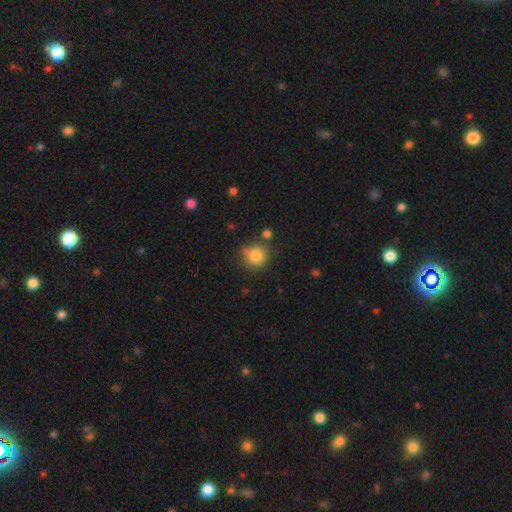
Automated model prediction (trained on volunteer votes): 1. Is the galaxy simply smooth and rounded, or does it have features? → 83% smooth, 10% star or artifact, 6% featured or disk.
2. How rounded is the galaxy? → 90% round, 9% in between, 1% cigar-shaped.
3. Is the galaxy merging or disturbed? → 72% none, 15% minor disturbance, 8% merger, 4% major disturbance.